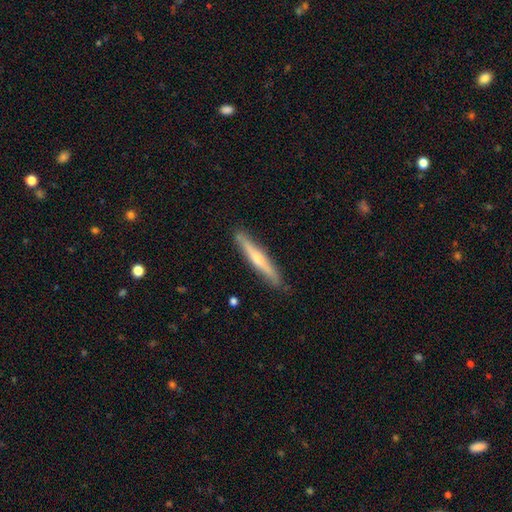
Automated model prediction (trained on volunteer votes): Q: Smooth or featured?
A: featured or disk (57%); runner-up: smooth (37%)
Q: Edge-on disk?
A: yes (92%); runner-up: no (8%)
Q: Edge-on bulge?
A: rounded (79%); runner-up: none (17%)
Q: Merging?
A: none (88%); runner-up: minor disturbance (10%)